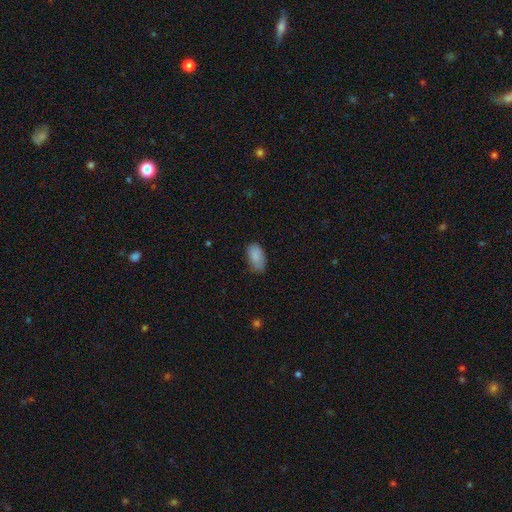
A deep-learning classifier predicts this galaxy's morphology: A smooth galaxy with no disk features (88%) that is in between round and cigar-shaped (94%). Merging: none (68%).